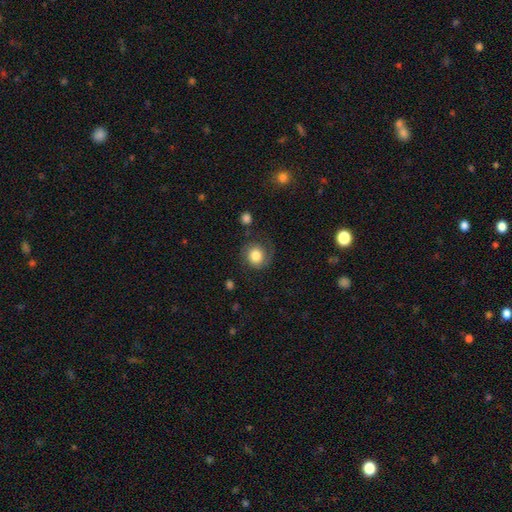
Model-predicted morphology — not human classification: This is likely a smooth galaxy (72%). How rounded: clearly round (84%). Merging: likely none (67%).